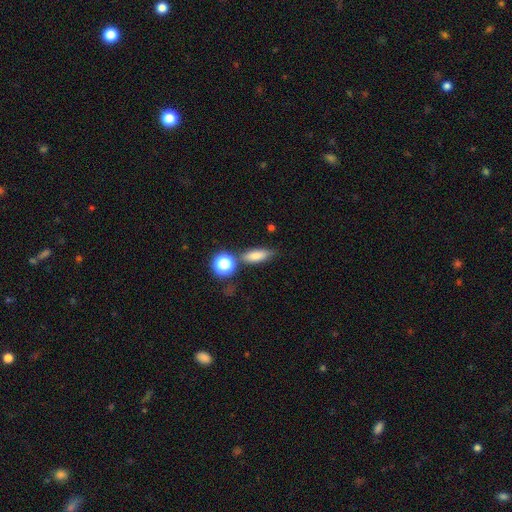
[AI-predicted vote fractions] This appears to be a smooth galaxy with no disk features (76%) that is in between round and cigar-shaped (58%). Merging: none (69%).